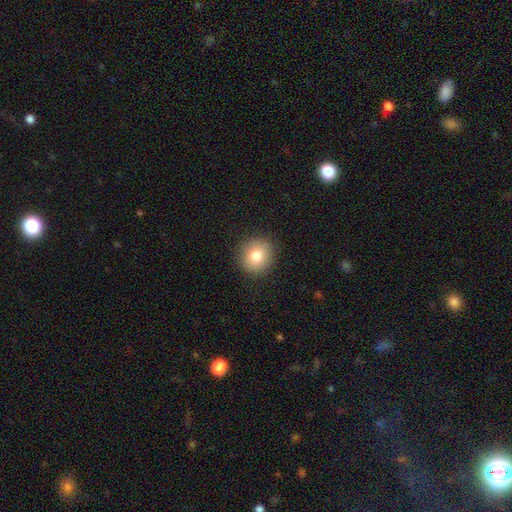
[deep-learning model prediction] smooth_or_featured: smooth (p=0.81) [alt: star or artifact p=0.10]
how_rounded: round (p=0.88) [alt: in between p=0.11]
merging: none (p=0.91) [alt: minor disturbance p=0.06]